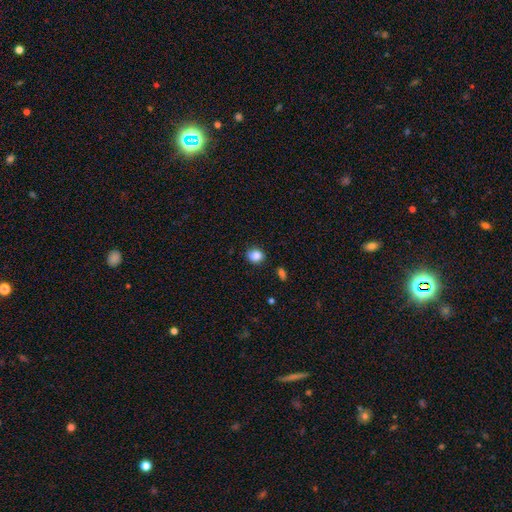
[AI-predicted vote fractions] smooth 86%, star or artifact 10%, featured or disk 4%. Down the decision tree: how rounded — round (59%); merging — none (85%).